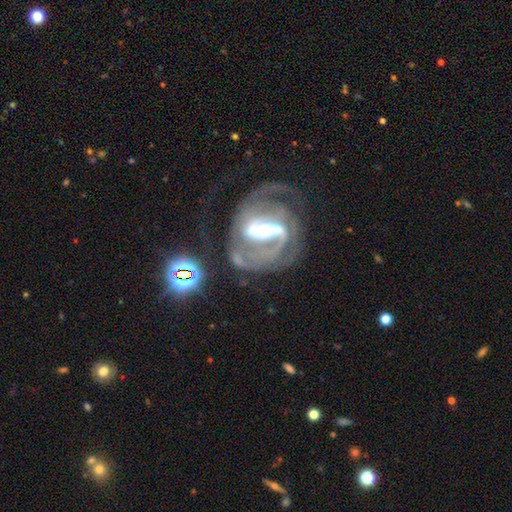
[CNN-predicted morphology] smooth_or_featured: featured or disk (p=0.86) [alt: star or artifact p=0.08]
disk_edge_on: no (p=0.94) [alt: yes p=0.06]
bar: strong (p=0.68) [alt: weak p=0.25]
has_spiral_arms: yes (p=0.93) [alt: no p=0.07]
spiral_winding: medium (p=0.46) [alt: tight p=0.41]
spiral_arm_count: 2 (p=0.67) [alt: can't tell p=0.14]
bulge_size: moderate (p=0.43) [alt: small p=0.33]
merging: none (p=0.57) [alt: major disturbance p=0.18]